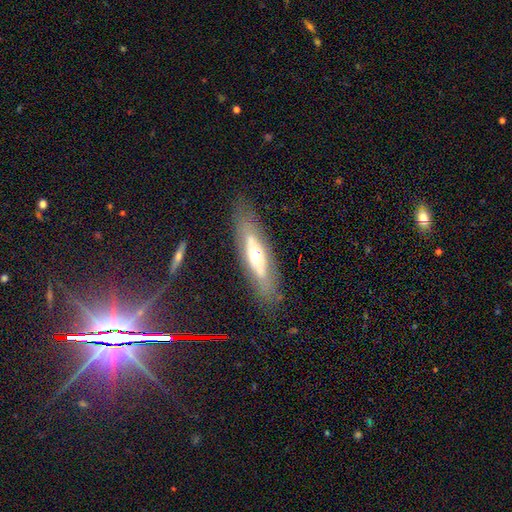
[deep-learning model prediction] A featured or disk galaxy (60%). Merging: none (80%).